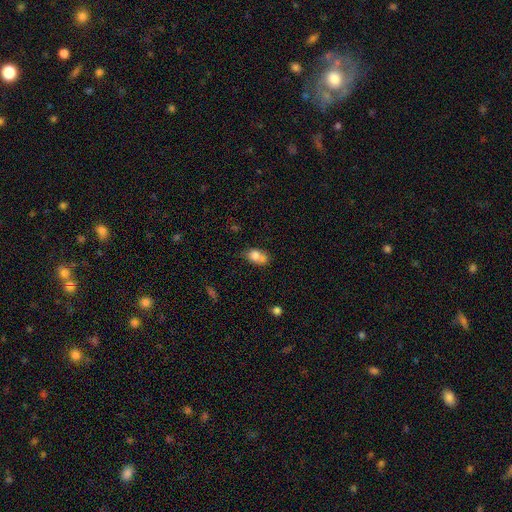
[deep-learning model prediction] Smooth or featured: smooth — 75% (featured or disk — 15%)
How rounded: in between — 72% (round — 26%)
Merging: none — 39% (merger — 31%)